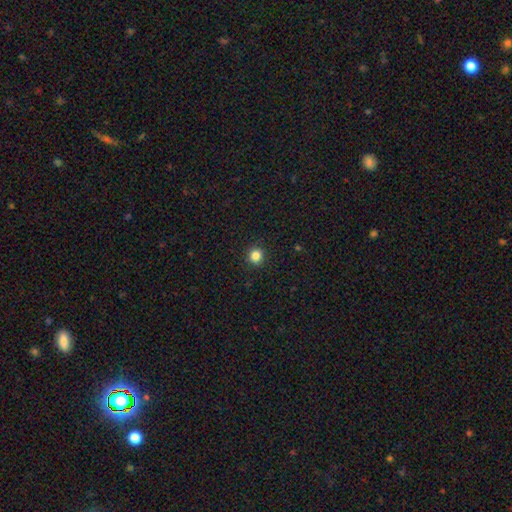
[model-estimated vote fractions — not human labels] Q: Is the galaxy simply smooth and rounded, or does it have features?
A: smooth — 84%.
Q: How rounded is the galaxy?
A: round — 94%.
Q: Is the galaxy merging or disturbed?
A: none — 92%.